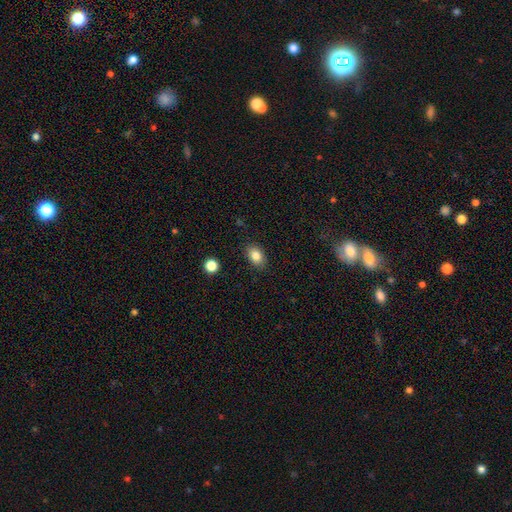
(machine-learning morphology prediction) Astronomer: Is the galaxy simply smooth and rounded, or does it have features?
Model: smooth — 83%.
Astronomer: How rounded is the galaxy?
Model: in between — 81%.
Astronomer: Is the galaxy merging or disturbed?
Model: none — 86%.